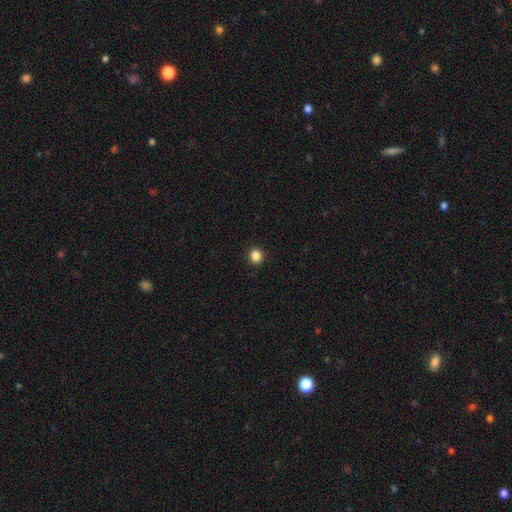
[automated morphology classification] A smooth galaxy with no disk features (86%) that is round (80%). Merging: none (92%).